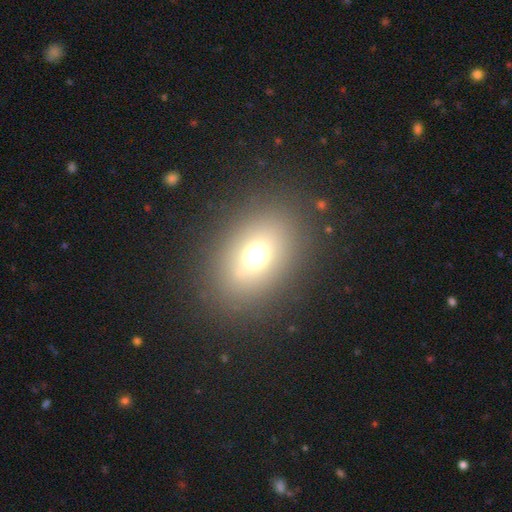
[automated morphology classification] Smooth or featured? smooth (65%)
How rounded? in between (60%)
Merging? none (84%)